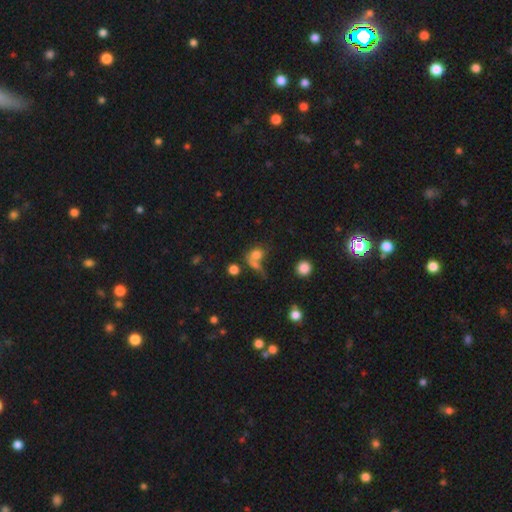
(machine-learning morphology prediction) The model was most divided on "how rounded": round: 50%, in between: 45%, cigar-shaped: 4%. Remaining: smooth or featured — smooth (69%); merging — merger (42%).